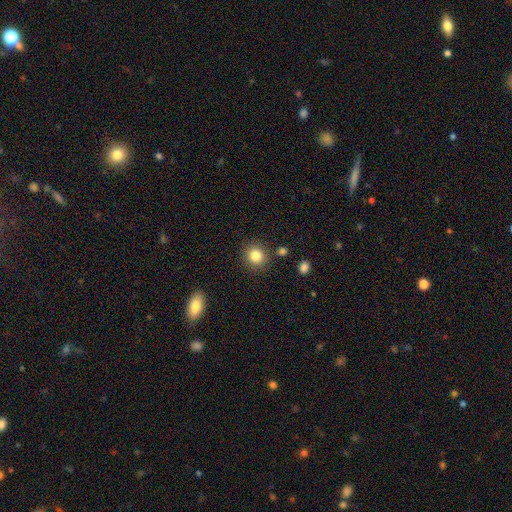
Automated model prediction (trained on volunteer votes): This appears to be a smooth galaxy with no disk features (84%) that is round (86%). Merging: none (86%).